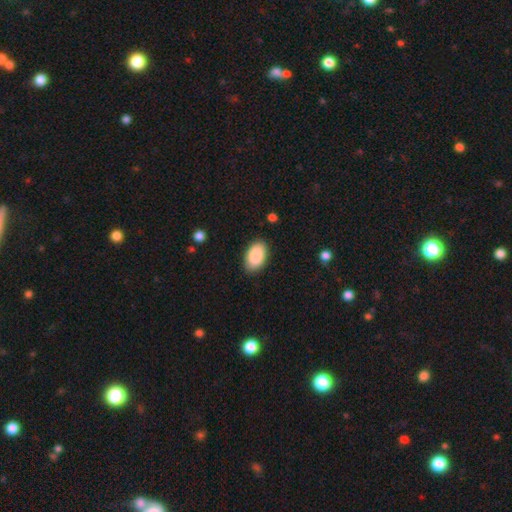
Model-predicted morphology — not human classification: Smooth or featured? Predicted: smooth (p=0.89). How rounded? Predicted: in between (p=0.94). Merging? Predicted: none (p=0.87).